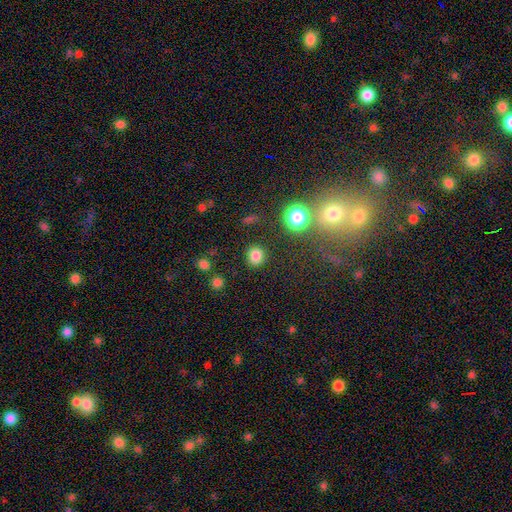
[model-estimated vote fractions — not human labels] A smooth galaxy with no disk features (81%) that is round (81%). Merging: none (87%).